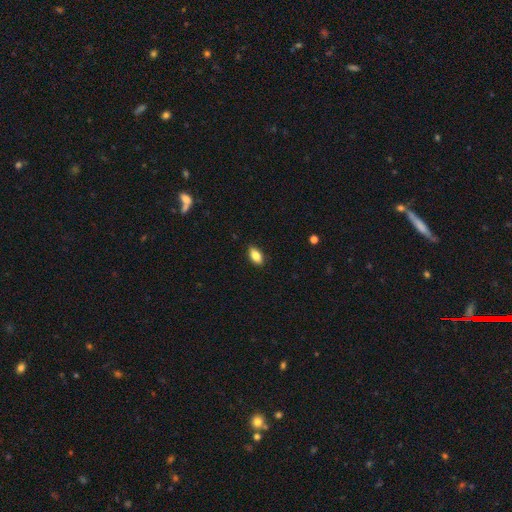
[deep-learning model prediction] The model was most divided on "smooth or featured": smooth: 84%, featured or disk: 8%, star or artifact: 8%. More confident: how rounded — in between (89%); merging — none (87%).